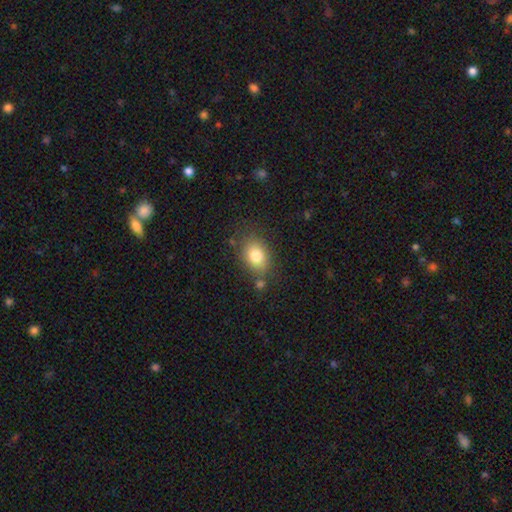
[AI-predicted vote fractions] Smooth or featured?
  - smooth: 80% *
  - featured or disk: 11%
  - star or artifact: 10%
How rounded?
  - in between: 67% *
  - round: 31%
  - cigar-shaped: 1%
Merging?
  - none: 75% *
  - minor disturbance: 15%
  - merger: 6%
  - major disturbance: 5%